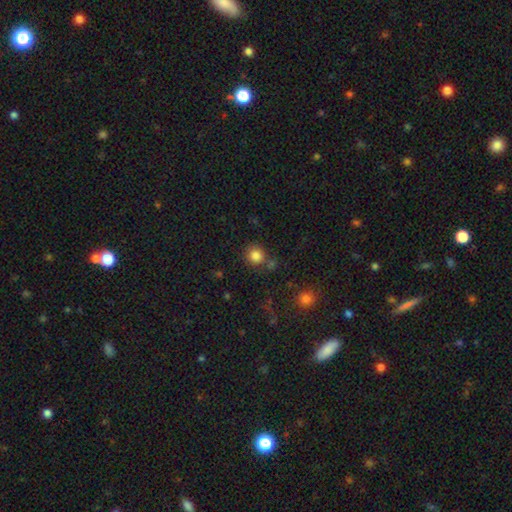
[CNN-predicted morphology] Overall: smooth (83%). How rounded: round (91%). Merging: none (77%).